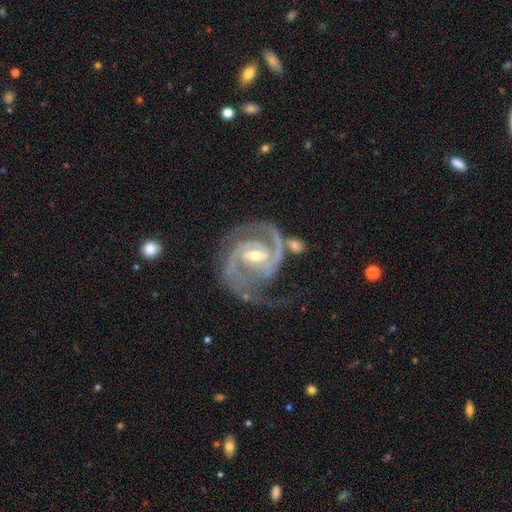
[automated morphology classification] smooth_or_featured: featured or disk (p=0.94) [alt: star or artifact p=0.04]
disk_edge_on: no (p=0.98) [alt: yes p=0.02]
bar: weak (p=0.48) [alt: strong p=0.38]
has_spiral_arms: yes (p=0.98) [alt: no p=0.02]
spiral_winding: tight (p=0.48) [alt: medium p=0.45]
spiral_arm_count: 2 (p=0.80) [alt: 3 p=0.10]
bulge_size: moderate (p=0.53) [alt: small p=0.43]
merging: none (p=0.54) [alt: minor disturbance p=0.21]